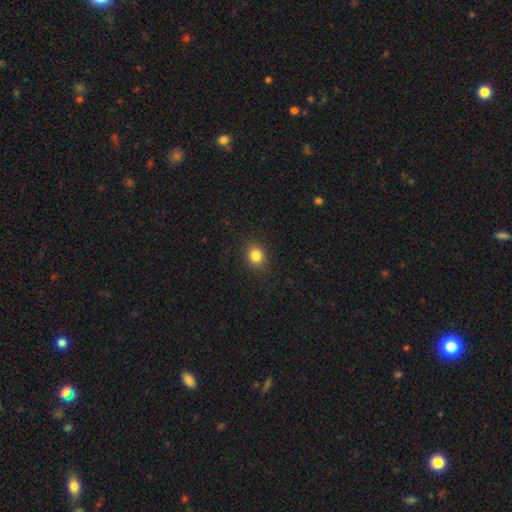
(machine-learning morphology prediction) Smooth or featured? smooth (83%)
How rounded? round (68%)
Merging? none (88%)